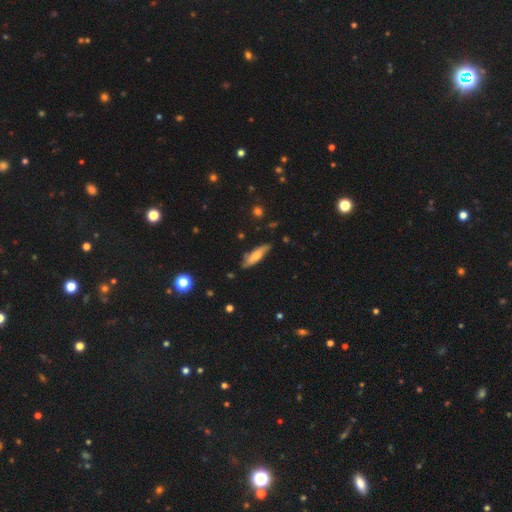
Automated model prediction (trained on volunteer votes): Overall: smooth (65%; featured or disk 29%). How rounded: cigar-shaped (61%; in between 37%). Merging: none (75%).